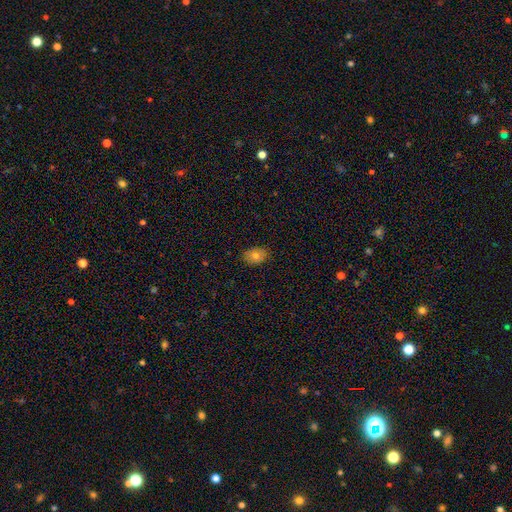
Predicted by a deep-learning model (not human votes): Smooth or featured?
  - smooth: 76% *
  - featured or disk: 14%
  - star or artifact: 10%
How rounded?
  - in between: 78% *
  - round: 21%
  - cigar-shaped: 1%
Merging?
  - none: 85% *
  - minor disturbance: 12%
  - major disturbance: 2%
  - merger: 1%